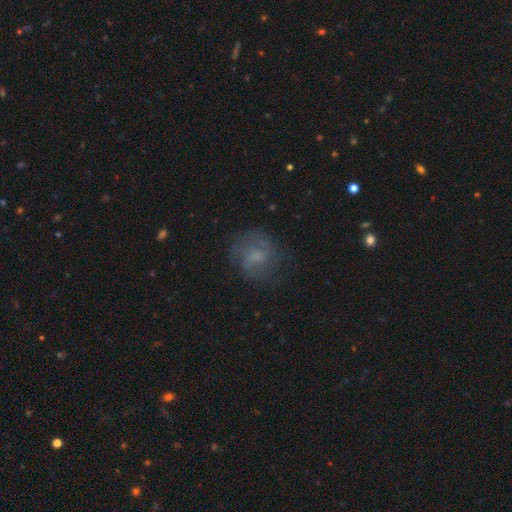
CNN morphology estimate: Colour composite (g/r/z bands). It shows a featured or disk galaxy (61%) with a weak bar (49%), 2 (55%) medium (47%) spiral arms (85%) and a small central bulge (34%). Merging: none (70%).